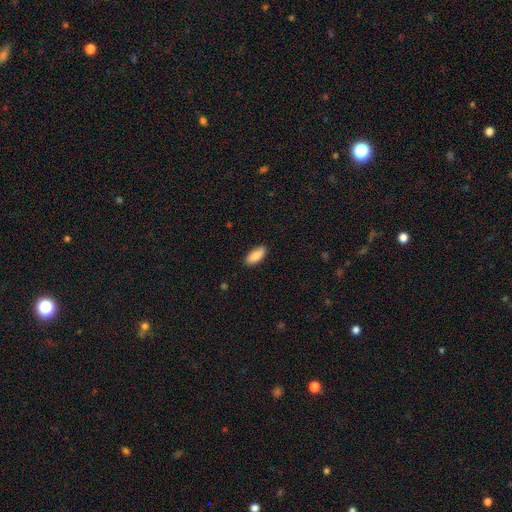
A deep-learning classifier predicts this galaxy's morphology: This is clearly a smooth galaxy (86%). How rounded: clearly in between (86%). Merging: clearly none (85%).